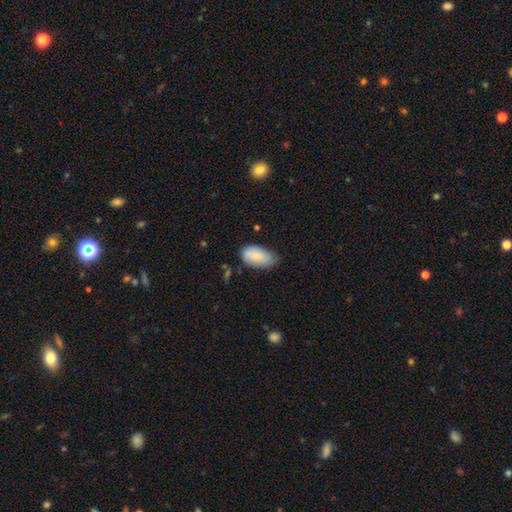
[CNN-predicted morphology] Overall: smooth (82%). How rounded: in between (94%). Merging: none (50%; minor disturbance 41%).